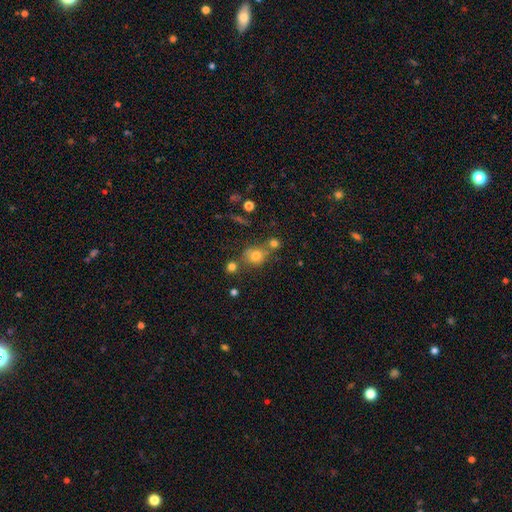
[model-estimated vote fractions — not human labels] This is likely a smooth galaxy (72%). How rounded: likely round (75%). Merging: likely none (62%).